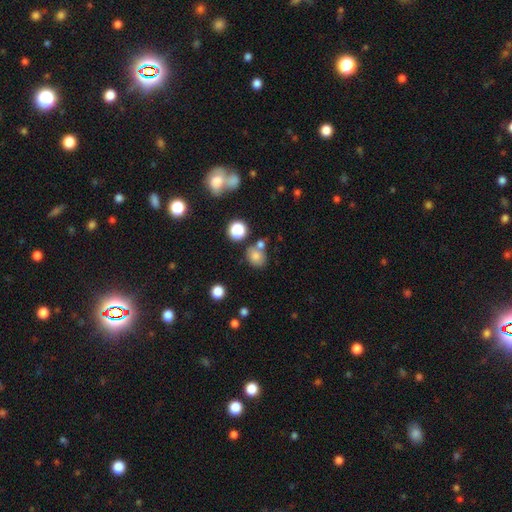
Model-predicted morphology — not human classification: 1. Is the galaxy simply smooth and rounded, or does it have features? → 76% smooth, 14% star or artifact, 10% featured or disk.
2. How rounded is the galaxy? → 67% round, 32% in between, 1% cigar-shaped.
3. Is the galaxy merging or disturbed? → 58% none, 23% merger, 14% minor disturbance, 5% major disturbance.